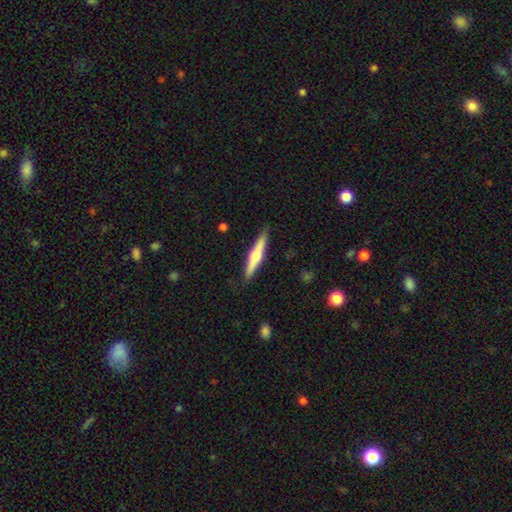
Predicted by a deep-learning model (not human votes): Smooth or featured?
  - featured or disk: 62% *
  - smooth: 33%
  - star or artifact: 5%
Edge-on disk?
  - yes: 97% *
  - no: 3%
Edge-on bulge?
  - rounded: 92% *
  - none: 4%
  - boxy: 4%
Merging?
  - none: 89% *
  - minor disturbance: 8%
  - major disturbance: 2%
  - merger: 1%